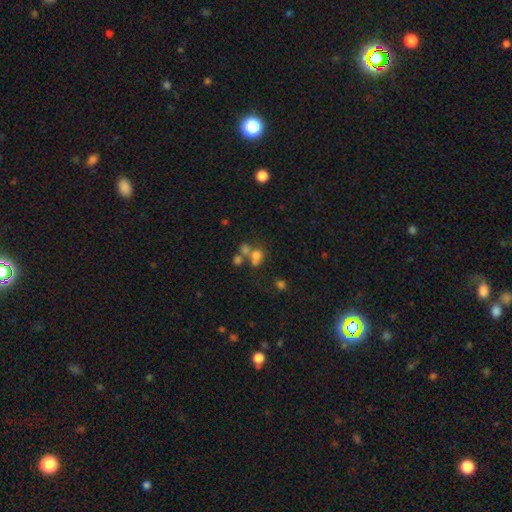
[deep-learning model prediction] Smooth or featured: smooth — 54% (star or artifact — 29%)
How rounded: round — 59% (in between — 39%)
Merging: none — 42% (merger — 41%)